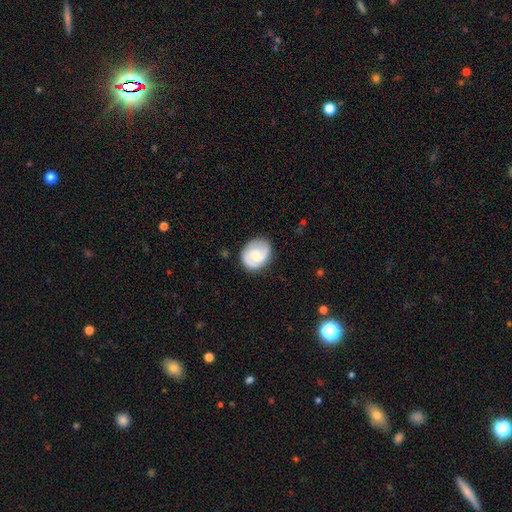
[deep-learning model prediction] Morphology: type=featured or disk (62%); edge-on=no (98%); bar=no (57%); spiral arms=yes (91%); winding=medium (42%, tied with tight); arm count=2 (72%); bulge=small (47%); merging=none (78%).